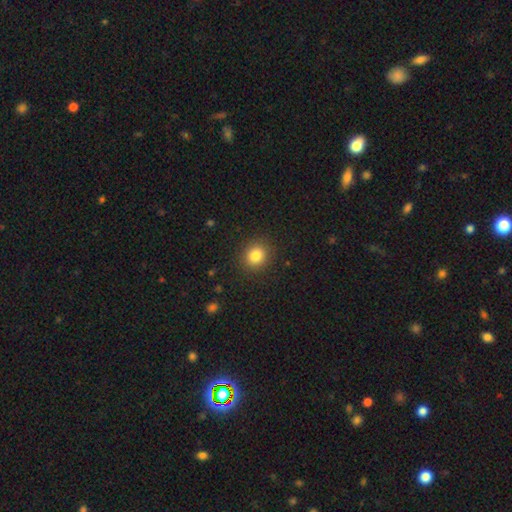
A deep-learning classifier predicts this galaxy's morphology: Q: Smooth or featured?
A: smooth (82%); runner-up: star or artifact (11%)
Q: How rounded?
A: round (82%); runner-up: in between (17%)
Q: Merging?
A: none (90%); runner-up: minor disturbance (7%)